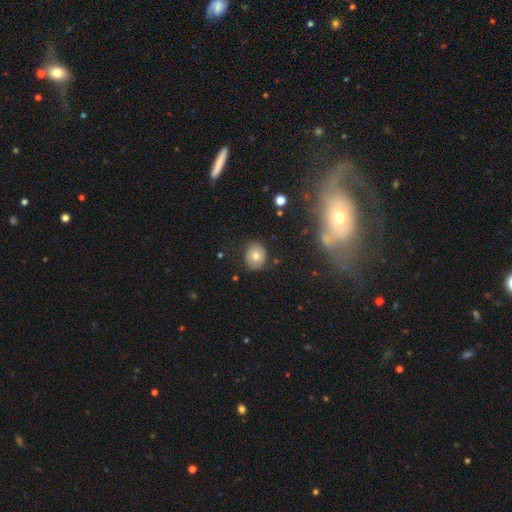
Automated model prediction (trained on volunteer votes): A smooth galaxy with no disk features (73%) that is round (61%).

Vote fractions:
- Smooth or featured? smooth: 73% / featured or disk: 16% / star or artifact: 11%
- How rounded? round: 61% / in between: 38% / cigar-shaped: 1%
- Merging? none: 80% / minor disturbance: 14% / major disturbance: 3% / merger: 2%